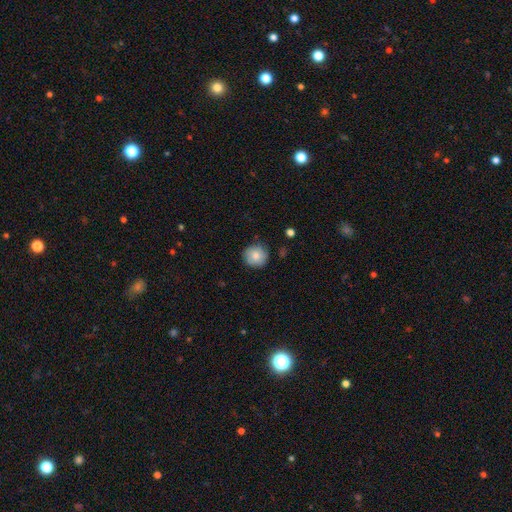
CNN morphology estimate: This is likely a smooth galaxy (80%). How rounded: clearly round (92%). Merging: clearly none (81%).